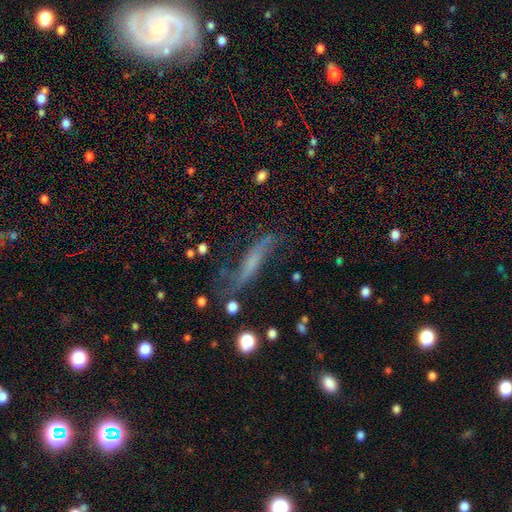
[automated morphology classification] This appears to be a featured or disk galaxy (48%). Merging: none (62%).